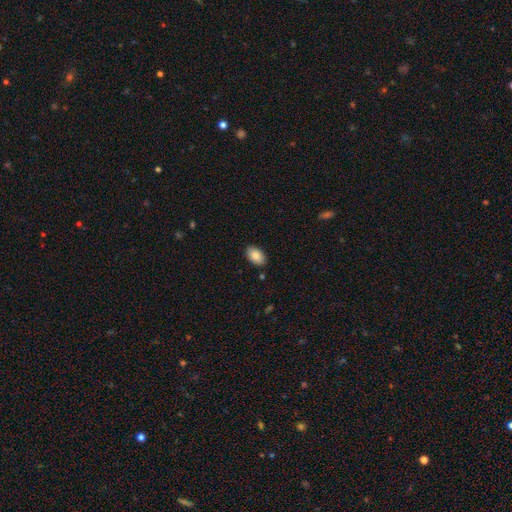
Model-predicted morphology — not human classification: Q: Smooth or featured?
A: smooth (87%); runner-up: star or artifact (7%)
Q: How rounded?
A: in between (92%); runner-up: round (6%)
Q: Merging?
A: none (88%); runner-up: minor disturbance (8%)